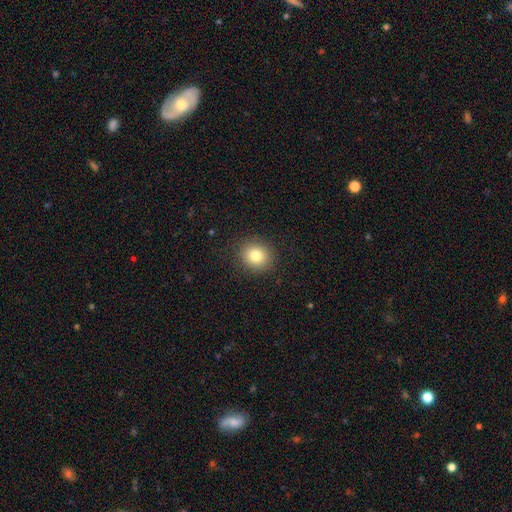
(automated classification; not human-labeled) smooth-or-featured: smooth: 80% | star or artifact: 12% | featured or disk: 8%
  how-rounded: round: 83% | in between: 16% | cigar-shaped: 1%
  merging: none: 90% | minor disturbance: 7% | major disturbance: 2% | merger: 1%